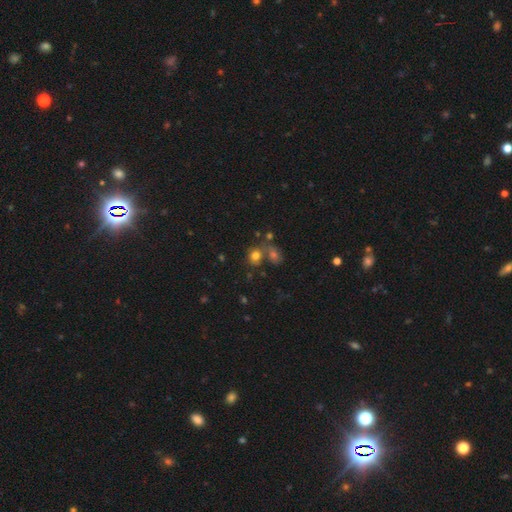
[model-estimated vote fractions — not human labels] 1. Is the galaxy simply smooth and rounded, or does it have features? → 74% smooth, 16% star or artifact, 10% featured or disk.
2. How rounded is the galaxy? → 70% round, 28% in between, 1% cigar-shaped.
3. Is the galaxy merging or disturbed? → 54% none, 30% merger, 11% minor disturbance, 5% major disturbance.